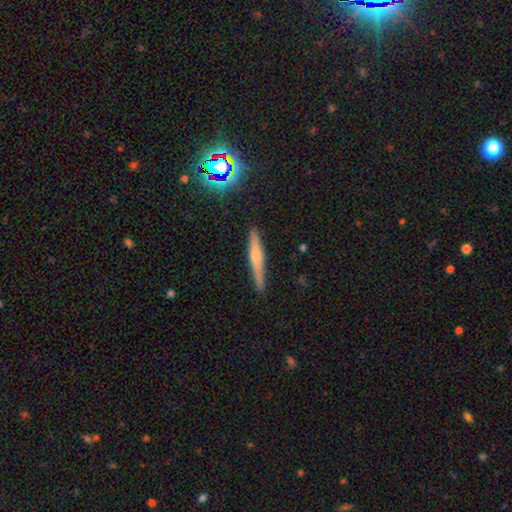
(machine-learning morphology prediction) A featured or disk galaxy (45%, tied with smooth). Merging: none (87%).